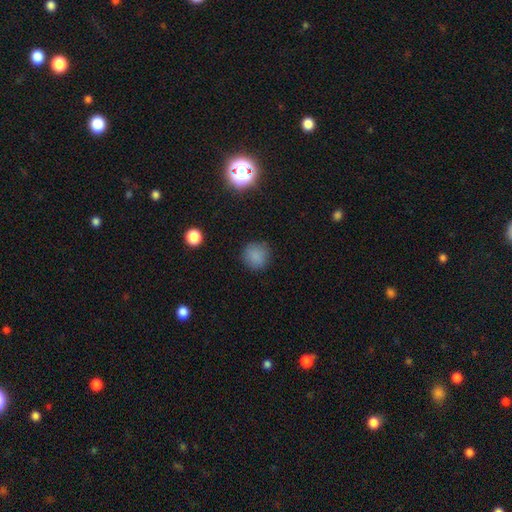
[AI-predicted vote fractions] smooth-or-featured: smooth: 84% | star or artifact: 12% | featured or disk: 4%
  how-rounded: round: 92% | in between: 7% | cigar-shaped: 1%
  merging: none: 87% | minor disturbance: 9% | major disturbance: 3% | merger: 1%